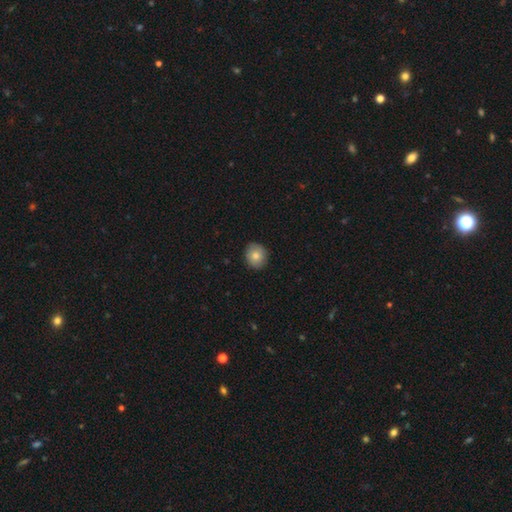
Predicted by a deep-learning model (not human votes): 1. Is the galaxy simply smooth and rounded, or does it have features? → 83% smooth, 9% featured or disk, 8% star or artifact.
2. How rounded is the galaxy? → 78% round, 21% in between, 1% cigar-shaped.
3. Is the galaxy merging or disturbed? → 89% none, 8% minor disturbance, 2% major disturbance, 1% merger.